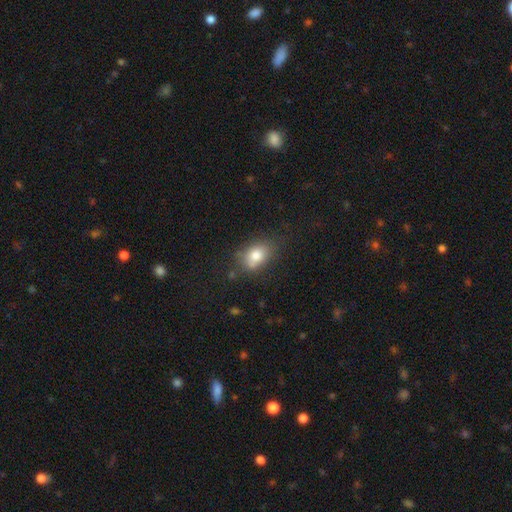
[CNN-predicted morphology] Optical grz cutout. It shows a smooth galaxy with no disk features (79%) that is in between round and cigar-shaped (75%). Merging: none (62%).